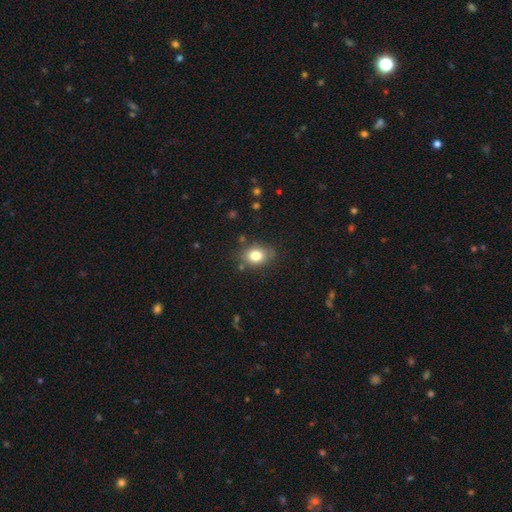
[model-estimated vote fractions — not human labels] Morphology: type=smooth (80%); roundness=in between (56%); merging=none (80%).